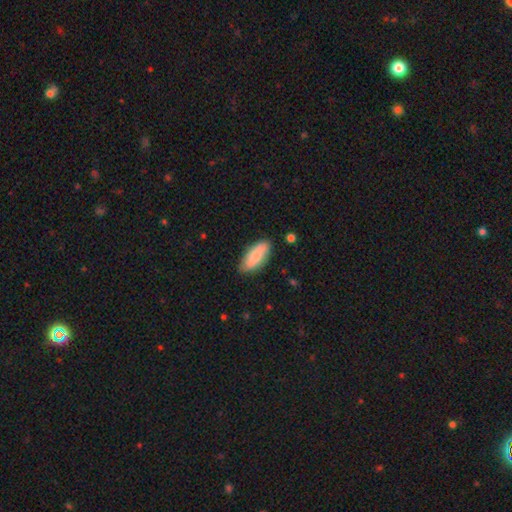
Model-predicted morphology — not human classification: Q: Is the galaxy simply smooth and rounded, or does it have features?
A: smooth — 80%.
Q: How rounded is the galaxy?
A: in between — 80%.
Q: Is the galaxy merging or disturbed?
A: none — 82%.